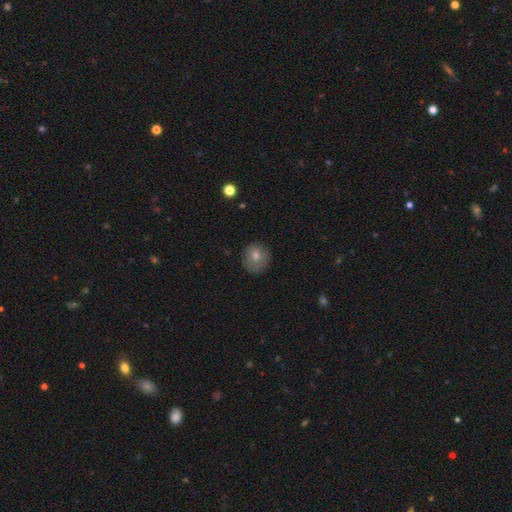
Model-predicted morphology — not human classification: type=smooth (70%); roundness=round (91%); merging=none (85%).